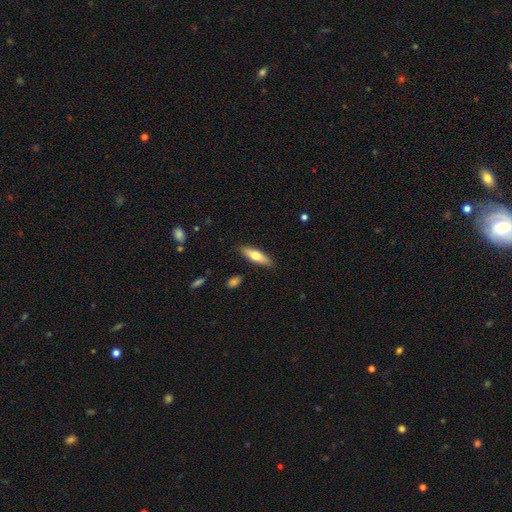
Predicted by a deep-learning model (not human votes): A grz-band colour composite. It shows a smooth galaxy with no disk features (65%) that is cigar-shaped (53%). Merging: none (87%).